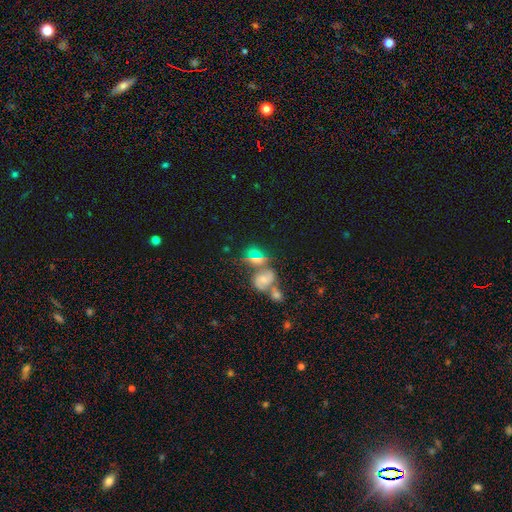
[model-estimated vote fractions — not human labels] Smooth or featured? smooth (40%)
Merging? merger (40%)